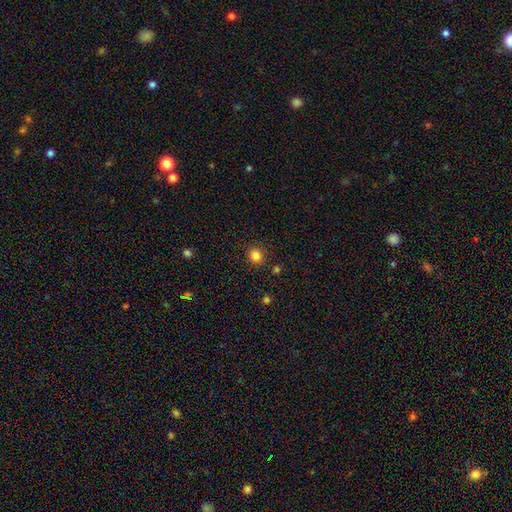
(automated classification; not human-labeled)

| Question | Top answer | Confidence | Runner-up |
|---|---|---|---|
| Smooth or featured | smooth | 83% | star or artifact (12%) |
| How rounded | round | 81% | in between (19%) |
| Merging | none | 87% | minor disturbance (8%) |